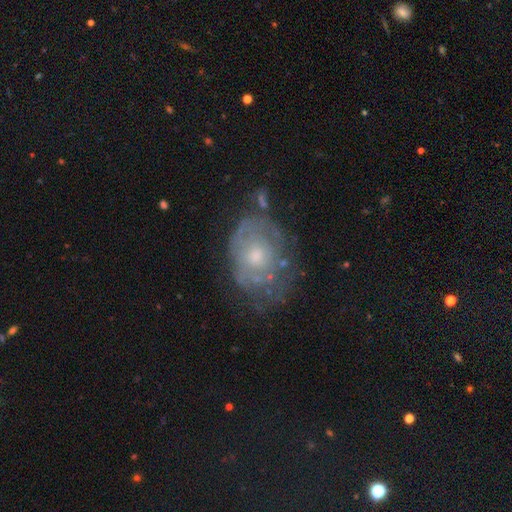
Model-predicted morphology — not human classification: This appears to be a featured or disk galaxy (65%) with no bar (85%), no spiral arms (51%) and a moderate central bulge (54%). Merging: none (55%).